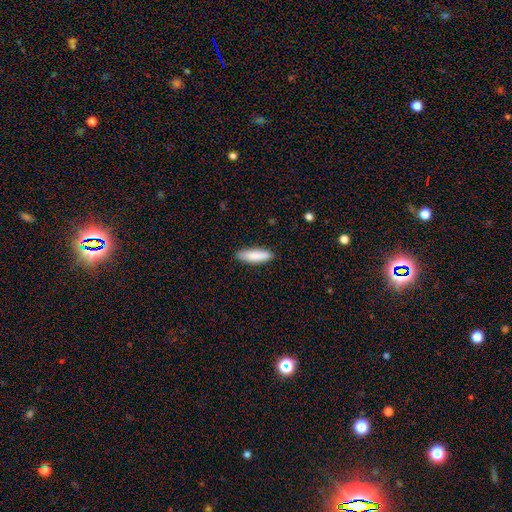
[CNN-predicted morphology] smooth-or-featured: smooth: 87% | featured or disk: 8% | star or artifact: 6%
  how-rounded: cigar-shaped: 56% | in between: 43% | round: 1%
  merging: none: 86% | minor disturbance: 11% | major disturbance: 2% | merger: 1%